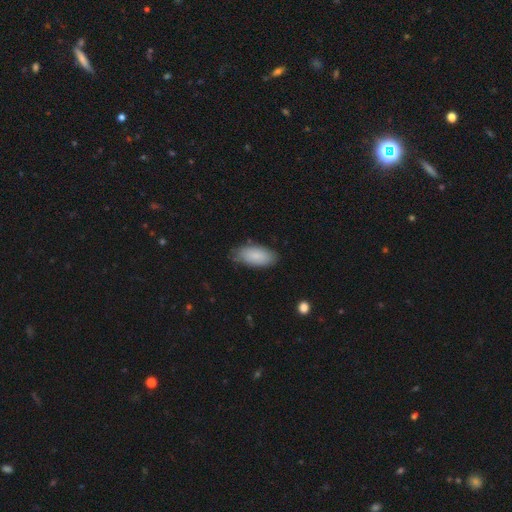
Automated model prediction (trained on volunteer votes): The model was most divided on "merging": none: 76%, minor disturbance: 19%, major disturbance: 4%, merger: 1%. More confident: how rounded — in between (93%); smooth or featured — smooth (85%).